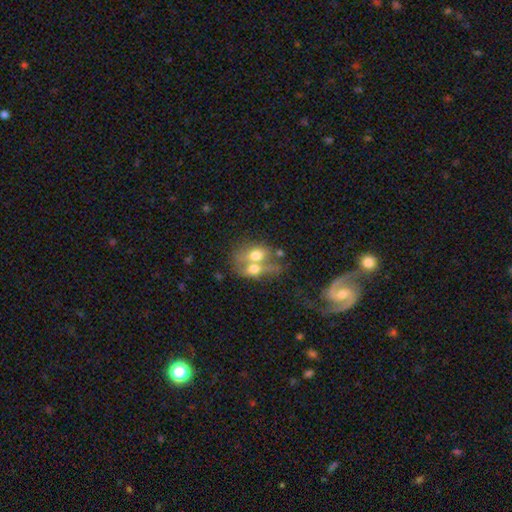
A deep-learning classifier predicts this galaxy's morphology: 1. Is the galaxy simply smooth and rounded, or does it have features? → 62% smooth, 29% featured or disk, 9% star or artifact.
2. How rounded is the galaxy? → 70% in between, 27% round, 4% cigar-shaped.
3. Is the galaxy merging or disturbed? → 70% merger, 16% none, 7% major disturbance, 7% minor disturbance.